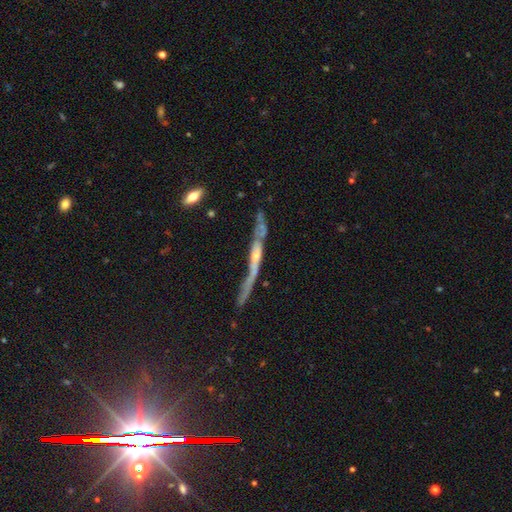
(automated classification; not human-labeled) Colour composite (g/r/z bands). It shows a featured or disk galaxy (71%) viewed edge-on (78%) with no central bulge (48%). Merging: none (48%).